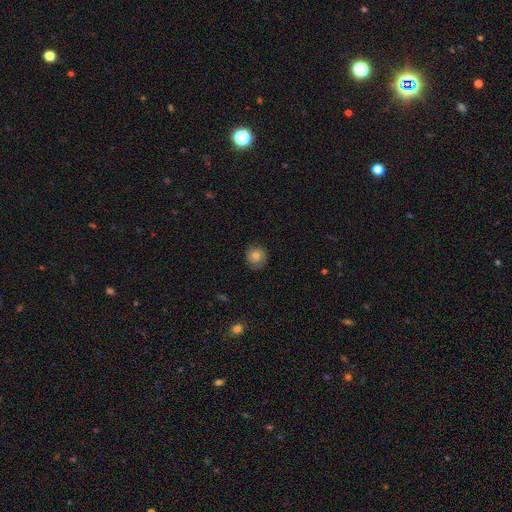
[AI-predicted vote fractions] This is possibly a smooth galaxy (51%). How rounded: clearly round (88%). Merging: clearly none (80%).